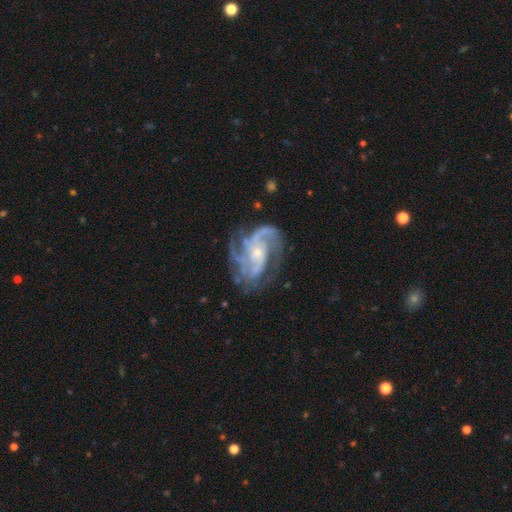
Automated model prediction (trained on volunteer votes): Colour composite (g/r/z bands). It shows a featured or disk galaxy (89%) with no bar (56%), 3 (34%) medium (48%) spiral arms (98%) and a small central bulge (64%). Merging: none (72%).